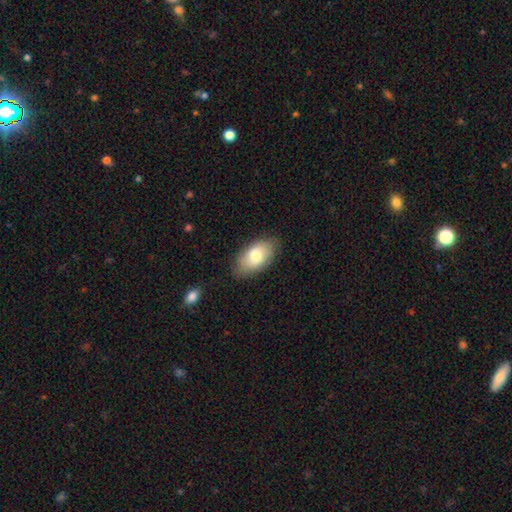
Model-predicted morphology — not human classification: Smooth or featured? Predicted: smooth (p=0.76). How rounded? Predicted: in between (p=0.94). Merging? Predicted: none (p=0.82).